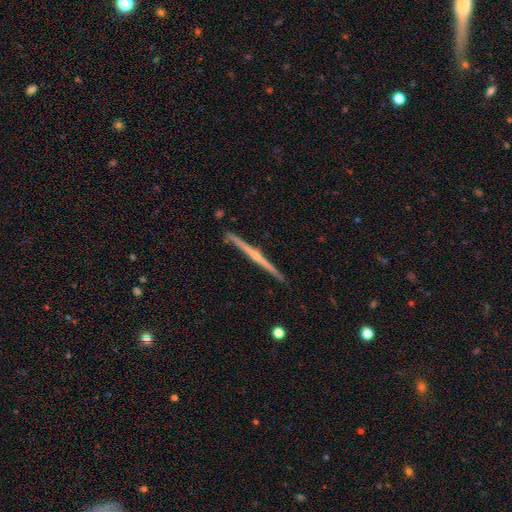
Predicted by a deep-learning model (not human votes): A featured or disk galaxy (78%) viewed edge-on (98%) with a rounded central bulge (58%).

Vote fractions:
- Smooth or featured? featured or disk: 78% / smooth: 17% / star or artifact: 5%
- Edge-on disk? yes: 98% / no: 2%
- Edge-on bulge? rounded: 58% / none: 36% / boxy: 6%
- Merging? none: 90% / minor disturbance: 7% / merger: 1% / major disturbance: 1%